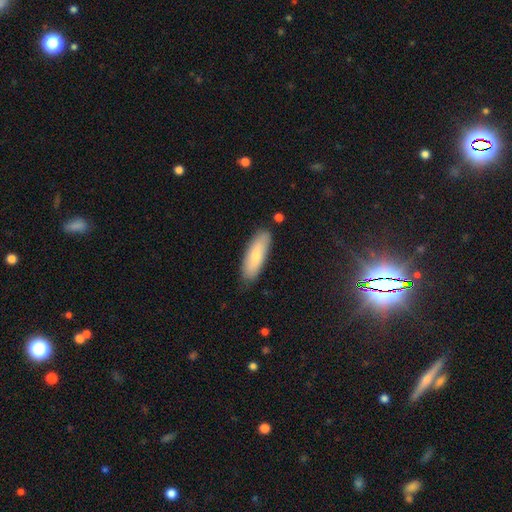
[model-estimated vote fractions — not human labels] A smooth galaxy with no disk features (76%) that is in between round and cigar-shaped (60%). Merging: none (82%).